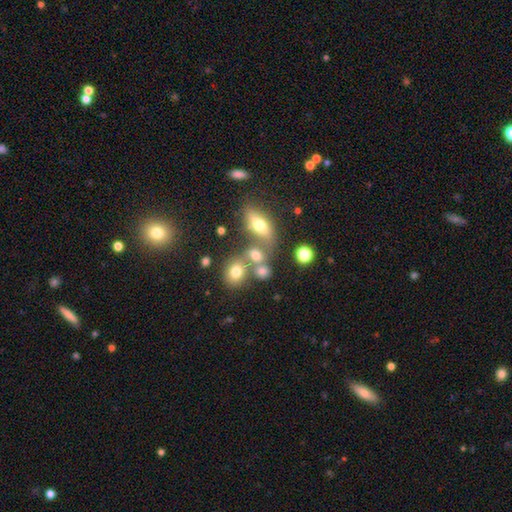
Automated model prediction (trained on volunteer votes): smooth 60%, featured or disk 22%, star or artifact 17%. Down the decision tree: how rounded — in between (52%); merging — merger (42%).